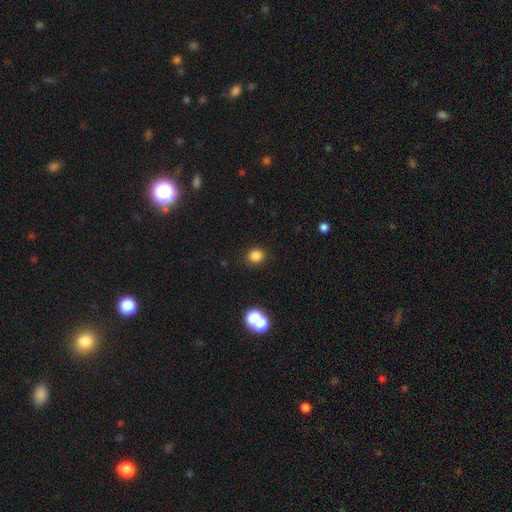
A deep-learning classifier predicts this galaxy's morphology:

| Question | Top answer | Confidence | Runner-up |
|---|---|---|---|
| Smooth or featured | smooth | 82% | star or artifact (13%) |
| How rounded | round | 80% | in between (19%) |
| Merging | none | 88% | minor disturbance (7%) |